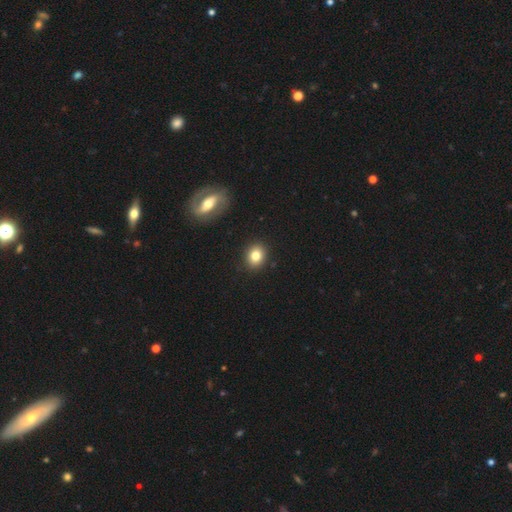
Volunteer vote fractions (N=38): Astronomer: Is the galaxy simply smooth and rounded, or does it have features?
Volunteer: smooth — 87%.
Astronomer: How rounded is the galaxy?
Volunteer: round — 85%.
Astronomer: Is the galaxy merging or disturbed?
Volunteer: none — 92%.